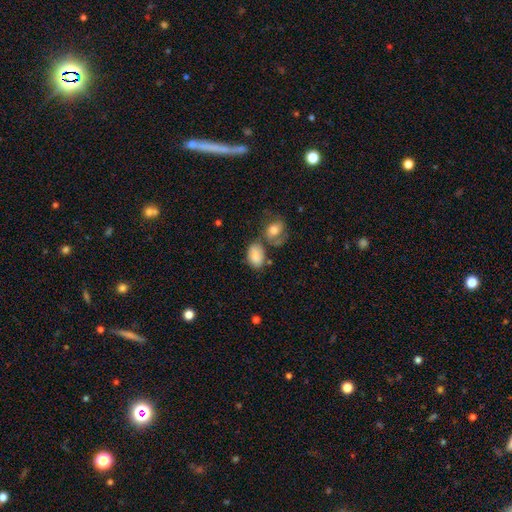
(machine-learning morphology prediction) Smooth or featured? smooth (80%)
How rounded? in between (85%)
Merging? none (53%)